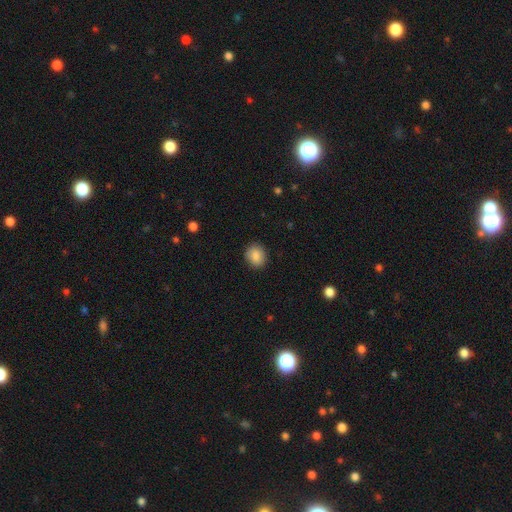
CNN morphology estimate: smooth_or_featured: smooth (p=0.87) [alt: star or artifact p=0.08]
how_rounded: round (p=0.69) [alt: in between p=0.30]
merging: none (p=0.89) [alt: minor disturbance p=0.08]